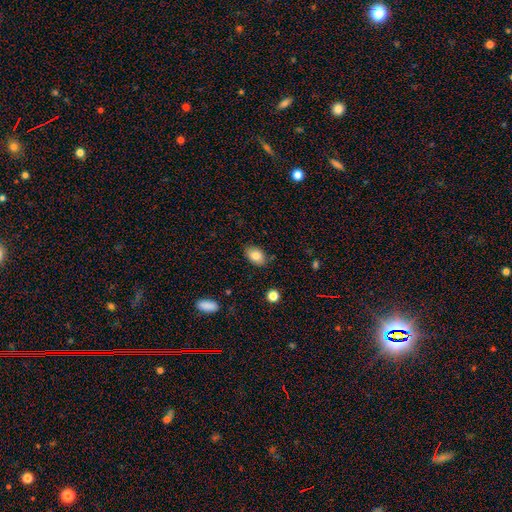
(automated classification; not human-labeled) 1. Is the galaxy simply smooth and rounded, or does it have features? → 82% smooth, 10% featured or disk, 8% star or artifact.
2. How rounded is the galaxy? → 84% in between, 15% round, 1% cigar-shaped.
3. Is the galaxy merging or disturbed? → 82% none, 14% minor disturbance, 3% major disturbance, 2% merger.